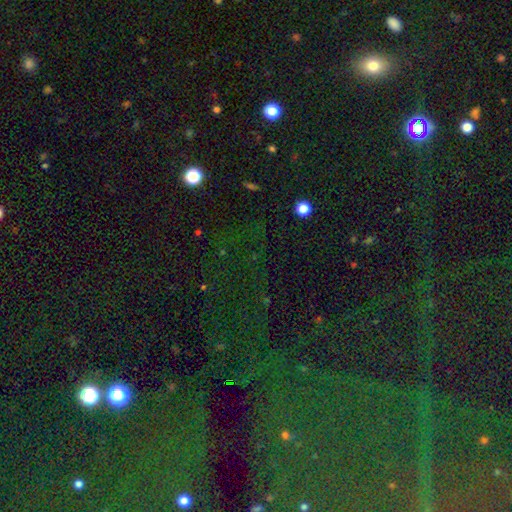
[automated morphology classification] Smooth or featured?
  - star or artifact: 75% *
  - smooth: 14%
  - featured or disk: 10%